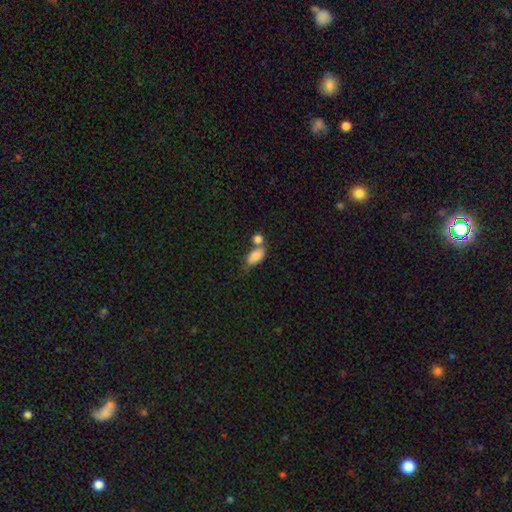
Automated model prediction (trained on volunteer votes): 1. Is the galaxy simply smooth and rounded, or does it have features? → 82% smooth, 10% featured or disk, 8% star or artifact.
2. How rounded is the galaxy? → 88% in between, 8% round, 4% cigar-shaped.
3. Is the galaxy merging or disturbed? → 48% merger, 29% none, 15% minor disturbance, 7% major disturbance.